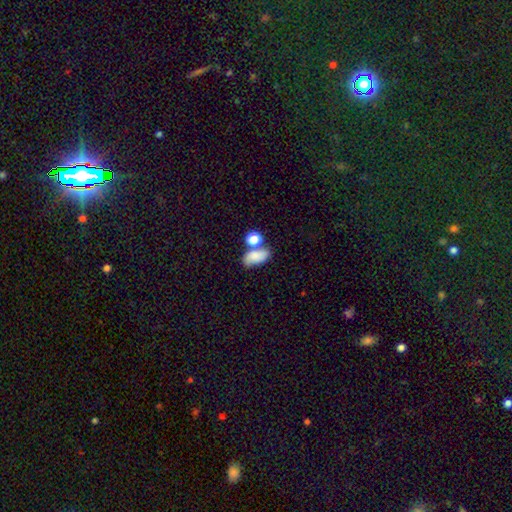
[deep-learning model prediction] smooth 73%, featured or disk 16%, star or artifact 10%. Down the decision tree: how rounded — in between (86%); merging — none (42%).